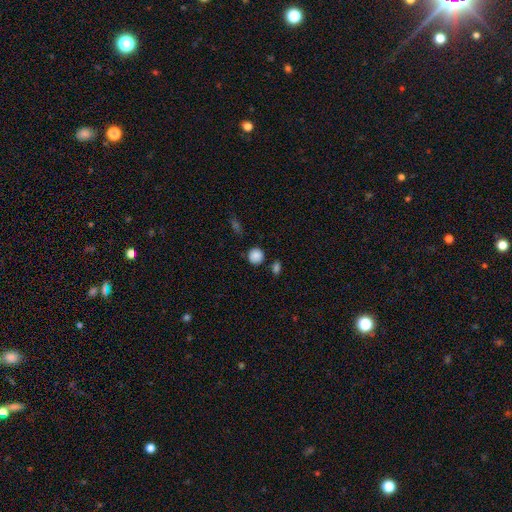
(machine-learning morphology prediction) Smooth or featured? Predicted: smooth (p=0.87). How rounded? Predicted: round (p=0.92). Merging? Predicted: none (p=0.82).